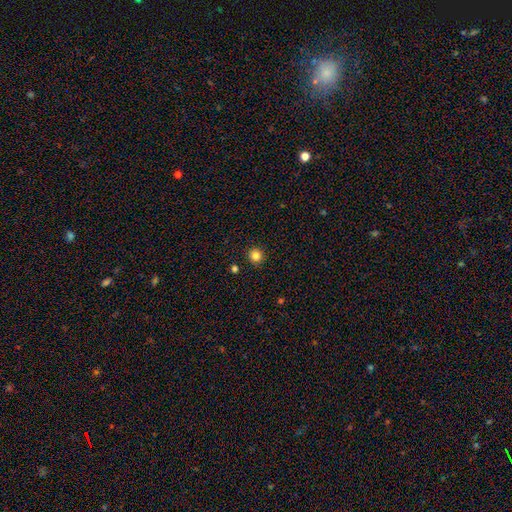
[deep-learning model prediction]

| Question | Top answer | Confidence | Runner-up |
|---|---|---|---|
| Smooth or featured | smooth | 83% | star or artifact (12%) |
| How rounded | round | 94% | in between (5%) |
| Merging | none | 92% | minor disturbance (5%) |